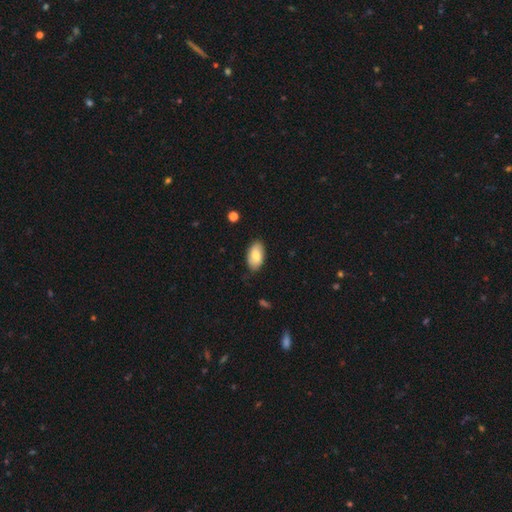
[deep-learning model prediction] A smooth galaxy with no disk features (77%) that is in between round and cigar-shaped (95%).

Vote fractions:
- Smooth or featured? smooth: 77% / featured or disk: 17% / star or artifact: 6%
- How rounded? in between: 95% / round: 3% / cigar-shaped: 2%
- Merging? none: 81% / minor disturbance: 16% / major disturbance: 2% / merger: 1%